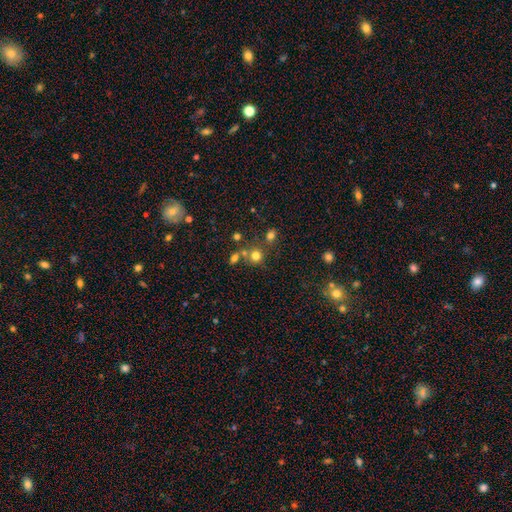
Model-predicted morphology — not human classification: A smooth galaxy with no disk features (73%) that is round (86%). Merging: none (62%).